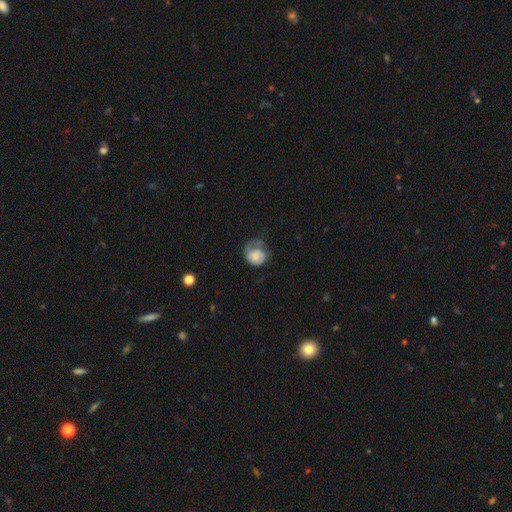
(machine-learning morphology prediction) A smooth galaxy with no disk features (58%) that is round (68%). Merging: major disturbance (35%).